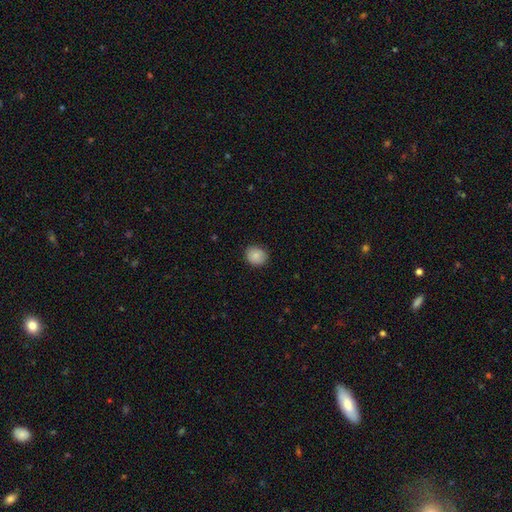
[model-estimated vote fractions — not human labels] This appears to be a smooth galaxy with no disk features (86%) that is round (72%). Merging: none (86%).